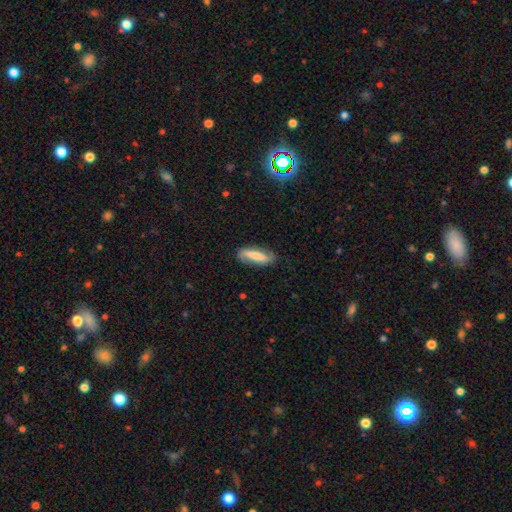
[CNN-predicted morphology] A smooth galaxy with no disk features (59%) that is in between round and cigar-shaped (49%). Merging: none (78%).